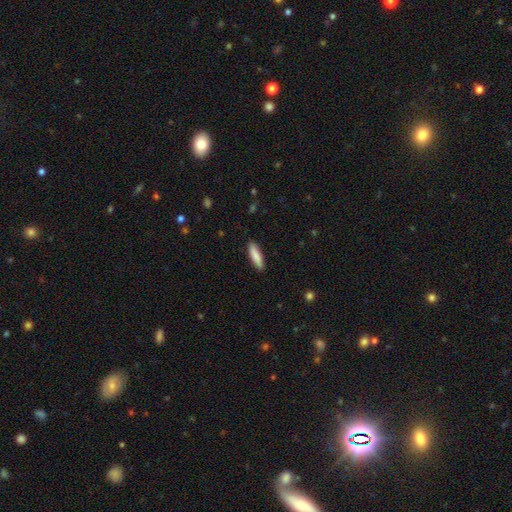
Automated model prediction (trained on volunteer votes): A smooth galaxy with no disk features (86%) that is cigar-shaped (67%).

Vote fractions:
- Smooth or featured? smooth: 86% / featured or disk: 8% / star or artifact: 6%
- How rounded? cigar-shaped: 67% / in between: 32% / round: 1%
- Merging? none: 89% / minor disturbance: 8% / major disturbance: 2% / merger: 1%